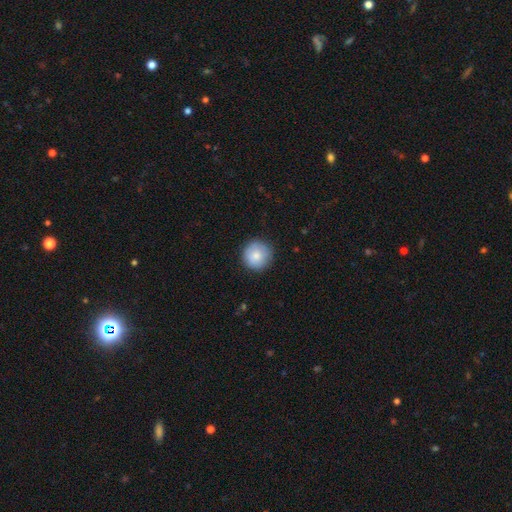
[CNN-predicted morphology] smooth 83%, featured or disk 10%, star or artifact 7%. Down the decision tree: how rounded — round (96%); merging — none (87%).